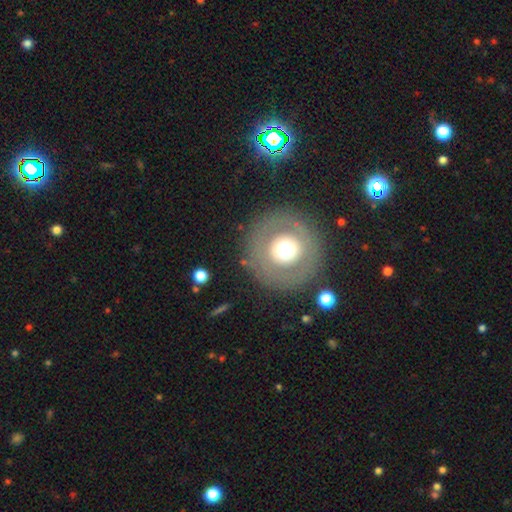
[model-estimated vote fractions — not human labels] Morphology: type=smooth (46%); merging=none (84%).